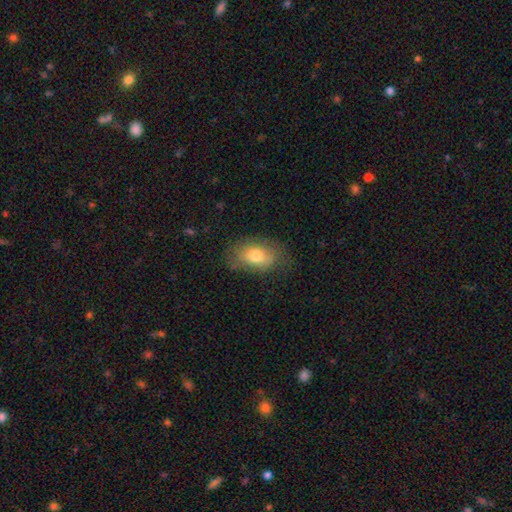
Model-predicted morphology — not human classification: smooth 73%, featured or disk 19%, star or artifact 8%. Down the decision tree: how rounded — in between (87%); merging — none (70%).